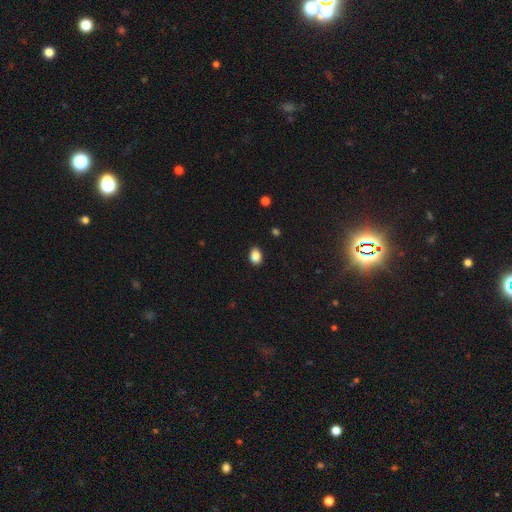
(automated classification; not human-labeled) Smooth or featured? Predicted: smooth (p=0.88). How rounded? Predicted: in between (p=0.73). Merging? Predicted: none (p=0.87).